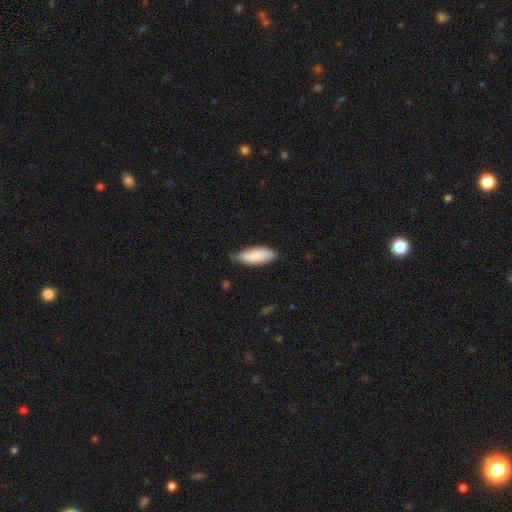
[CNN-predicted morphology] Overall: smooth (87%). How rounded: in between (74%). Merging: none (70%).